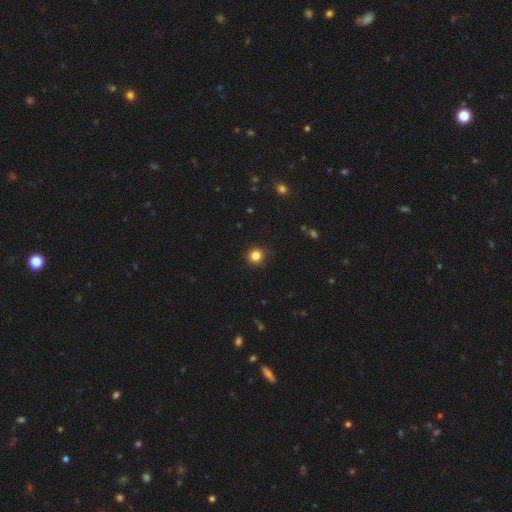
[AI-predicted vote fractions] Smooth or featured?
  - smooth: 84% *
  - star or artifact: 12%
  - featured or disk: 4%
How rounded?
  - round: 92% *
  - in between: 7%
  - cigar-shaped: 1%
Merging?
  - none: 88% *
  - minor disturbance: 9%
  - major disturbance: 2%
  - merger: 1%